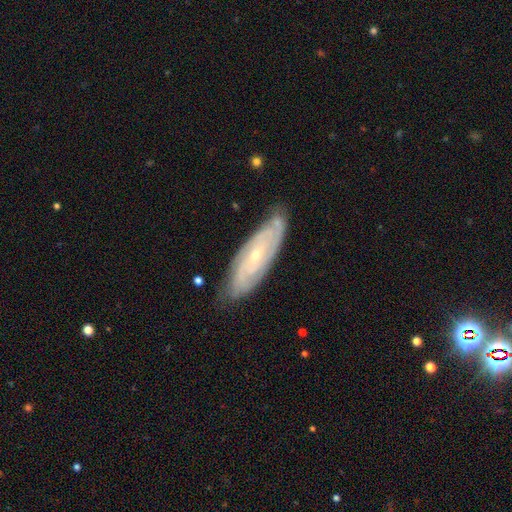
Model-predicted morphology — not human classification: Smooth or featured? Predicted: featured or disk (p=0.83). Edge-on disk? Predicted: no (p=0.87). Bar? Predicted: no (p=0.59). Spiral arms? Predicted: yes (p=0.94). Spiral winding? Predicted: tight (p=0.72). Spiral arm count? Predicted: can't tell (p=0.36). Bulge size? Predicted: small (p=0.71). Merging? Predicted: none (p=0.77).